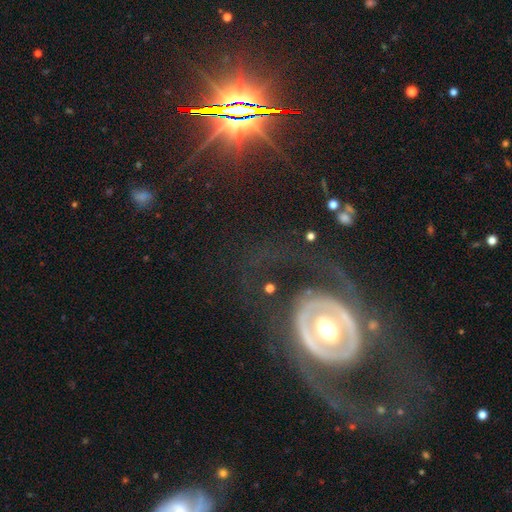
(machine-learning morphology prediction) This appears to be a featured or disk galaxy (71%) with no bar (52%), no spiral arms (50%, tied with yes) and a moderate central bulge (65%). Merging: none (65%).